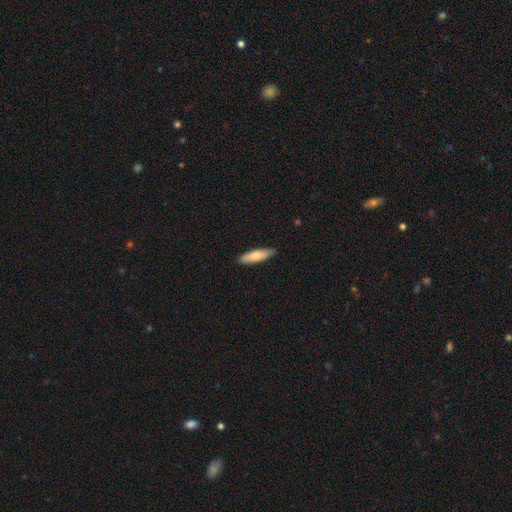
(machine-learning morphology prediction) Smooth or featured? Predicted: smooth (p=0.72). How rounded? Predicted: cigar-shaped (p=0.64). Merging? Predicted: none (p=0.87).